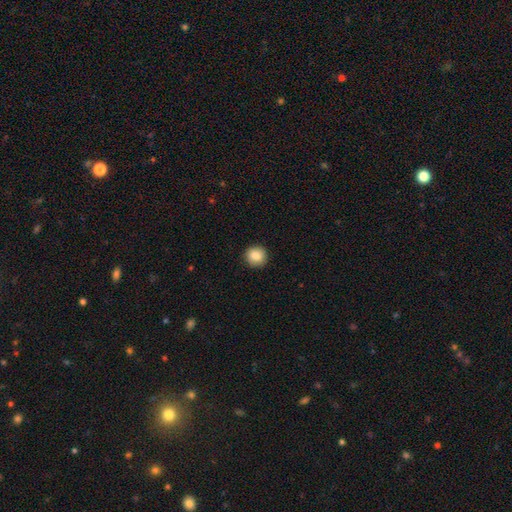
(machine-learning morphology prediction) Smooth or featured: smooth — 87% (star or artifact — 8%)
How rounded: round — 90% (in between — 9%)
Merging: none — 90% (minor disturbance — 7%)